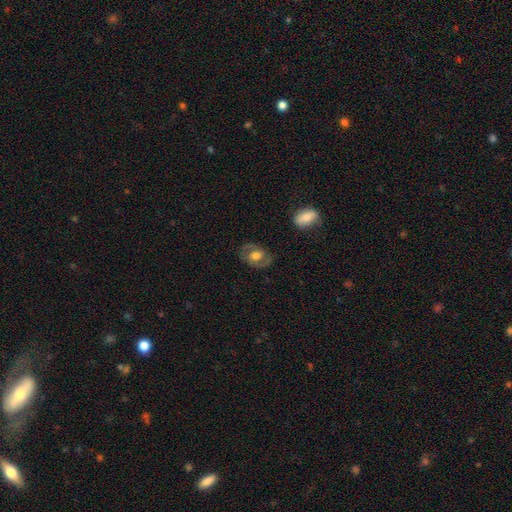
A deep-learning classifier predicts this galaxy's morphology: A featured or disk galaxy (60%) with no bar (57%), spiral arms (68%) and a moderate central bulge (55%). Merging: none (79%).